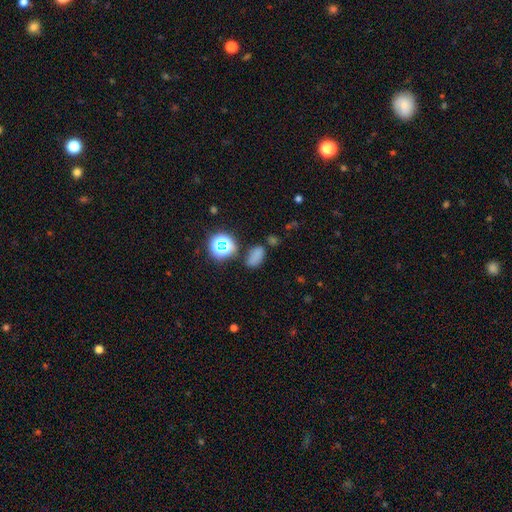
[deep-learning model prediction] Morphology: type=smooth (68%); roundness=in between (83%); merging=none (63%).